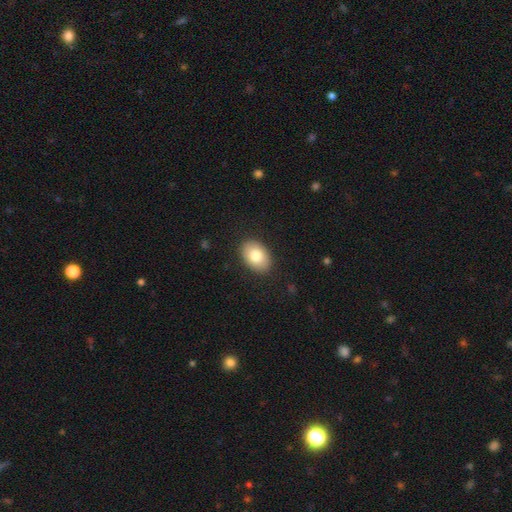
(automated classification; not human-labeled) Smooth or featured? smooth (80%)
How rounded? in between (85%)
Merging? none (88%)